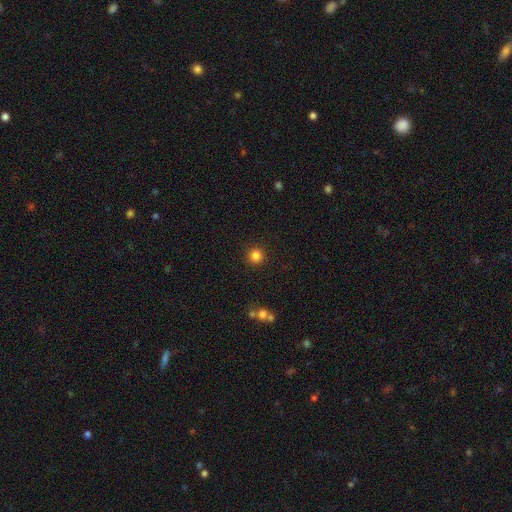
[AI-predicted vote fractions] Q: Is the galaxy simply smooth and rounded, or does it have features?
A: smooth — 83%.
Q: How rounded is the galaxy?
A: round — 95%.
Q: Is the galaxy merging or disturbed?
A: none — 91%.